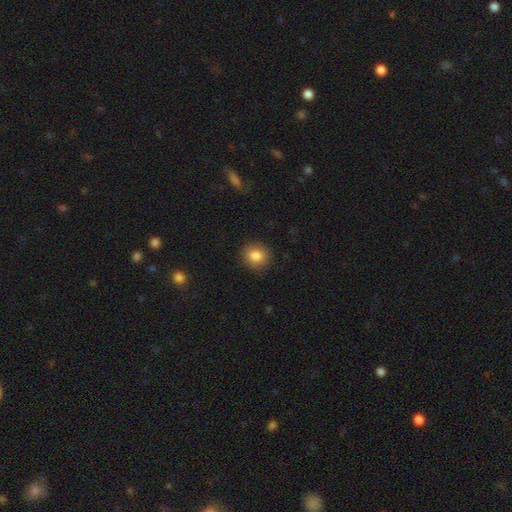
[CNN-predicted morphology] smooth 84%, star or artifact 9%, featured or disk 6%. Down the decision tree: how rounded — round (81%); merging — none (88%).